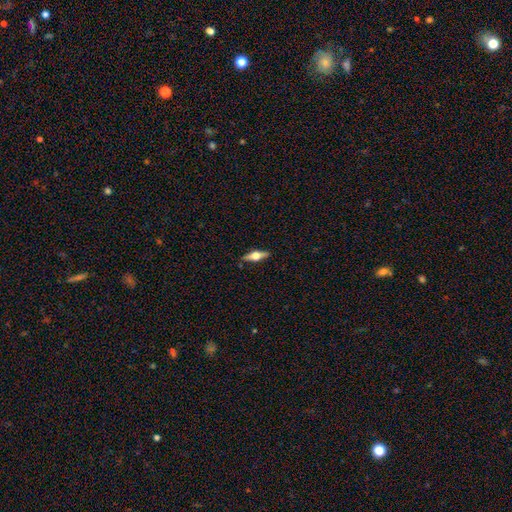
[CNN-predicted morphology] The model was most divided on "smooth or featured": featured or disk: 62%, smooth: 32%, star or artifact: 6%. More confident: edge-on disk — yes (96%); edge-on bulge — rounded (94%); merging — none (88%).